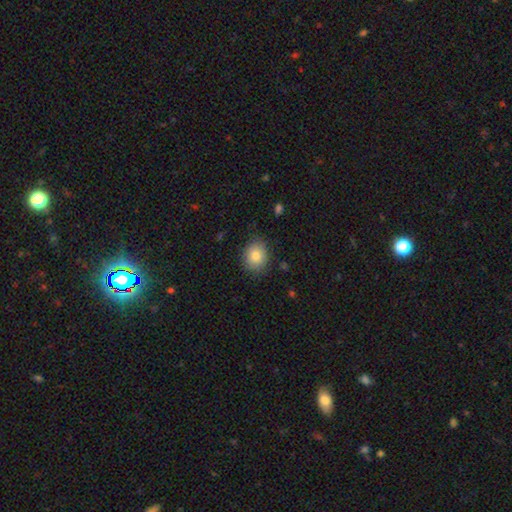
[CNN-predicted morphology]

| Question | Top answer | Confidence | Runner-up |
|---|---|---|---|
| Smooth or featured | smooth | 83% | star or artifact (9%) |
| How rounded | round | 61% | in between (38%) |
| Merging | none | 84% | minor disturbance (12%) |